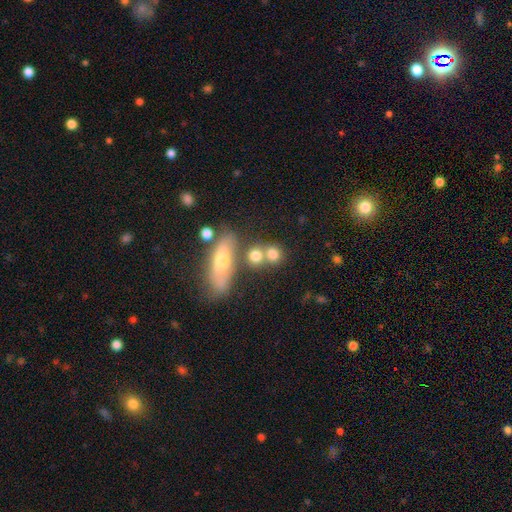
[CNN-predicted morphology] smooth-or-featured: smooth: 72% | featured or disk: 16% | star or artifact: 11%
  how-rounded: round: 66% | in between: 27% | cigar-shaped: 7%
  merging: none: 47% | merger: 36% | minor disturbance: 11% | major disturbance: 6%